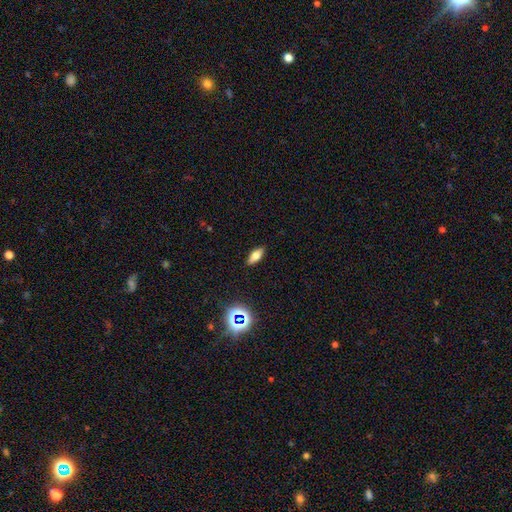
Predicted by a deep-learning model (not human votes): smooth 62%, featured or disk 26%, star or artifact 12%. Down the decision tree: how rounded — in between (75%); merging — none (88%).